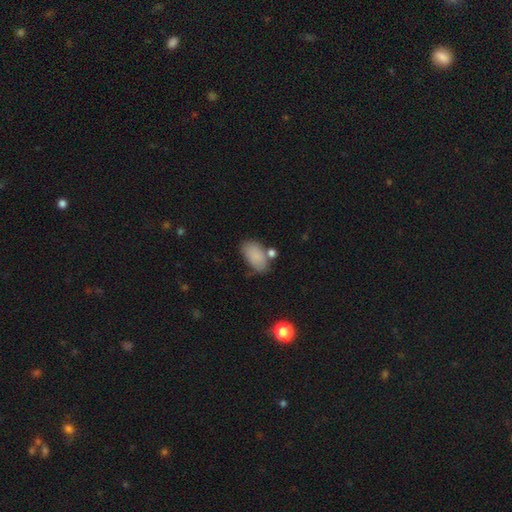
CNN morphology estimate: A smooth galaxy with no disk features (85%) that is in between round and cigar-shaped (93%).

Vote fractions:
- Smooth or featured? smooth: 85% / star or artifact: 8% / featured or disk: 8%
- How rounded? in between: 93% / round: 5% / cigar-shaped: 2%
- Merging? none: 61% / minor disturbance: 20% / merger: 13% / major disturbance: 6%